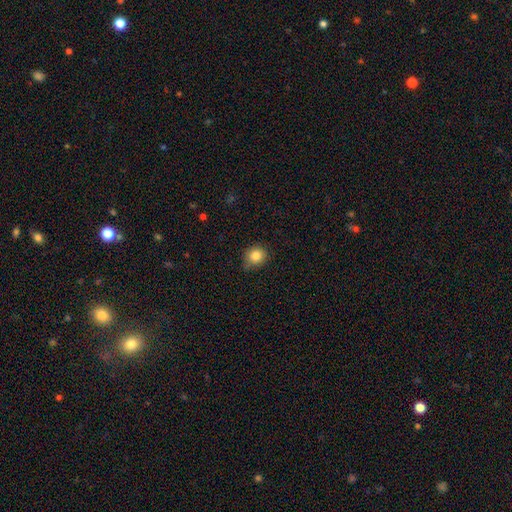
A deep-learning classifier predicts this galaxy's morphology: type=smooth (84%); roundness=round (83%); merging=none (77%).